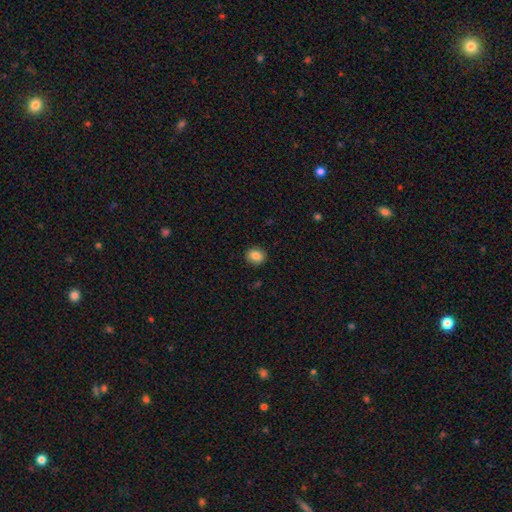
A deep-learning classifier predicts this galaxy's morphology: Overall: smooth (86%). How rounded: round (68%; in between 31%). Merging: none (90%).